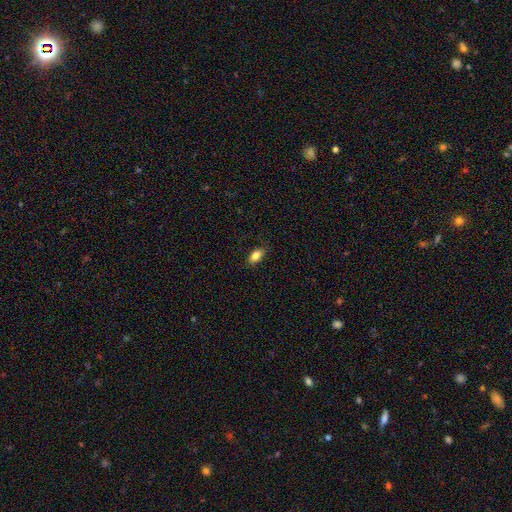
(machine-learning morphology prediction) smooth_or_featured: smooth (p=0.84) [alt: featured or disk p=0.08]
how_rounded: in between (p=0.90) [alt: round p=0.05]
merging: none (p=0.86) [alt: minor disturbance p=0.11]